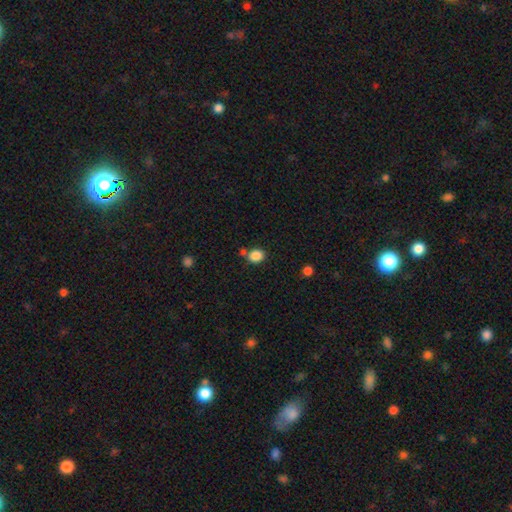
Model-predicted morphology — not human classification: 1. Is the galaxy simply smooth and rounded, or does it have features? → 87% smooth, 10% star or artifact, 4% featured or disk.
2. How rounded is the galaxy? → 54% round, 45% in between, 1% cigar-shaped.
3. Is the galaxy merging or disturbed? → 68% none, 15% merger, 13% minor disturbance, 4% major disturbance.